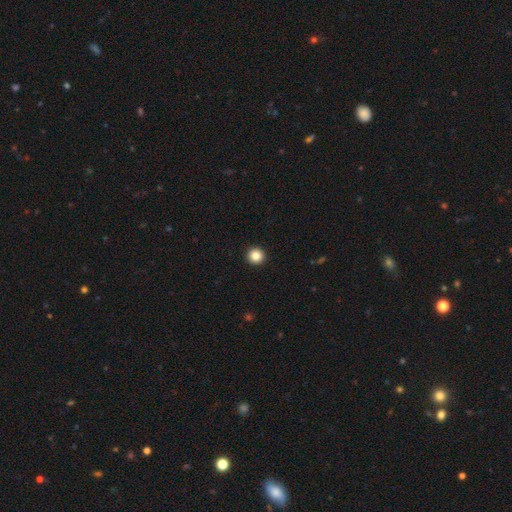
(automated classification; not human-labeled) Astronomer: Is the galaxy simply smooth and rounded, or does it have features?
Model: smooth — 86%.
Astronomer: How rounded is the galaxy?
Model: round — 96%.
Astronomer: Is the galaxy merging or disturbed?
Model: none — 94%.